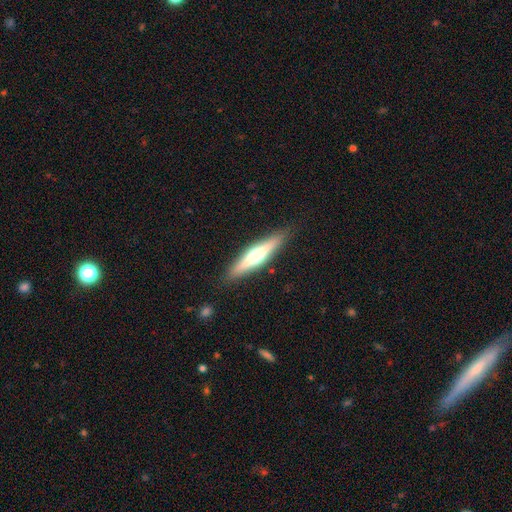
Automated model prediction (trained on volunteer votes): This is possibly a featured or disk galaxy (59%). It is clearly viewed edge-on (95%). Edge-on bulge: clearly rounded (86%). Merging: clearly none (88%).